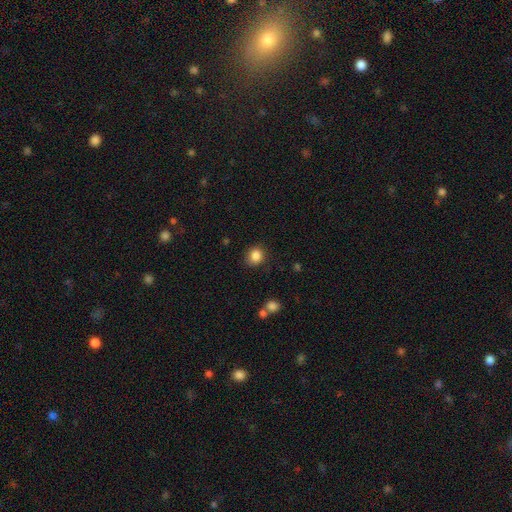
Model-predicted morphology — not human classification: This appears to be a smooth galaxy with no disk features (86%) that is round (75%). Merging: none (84%).